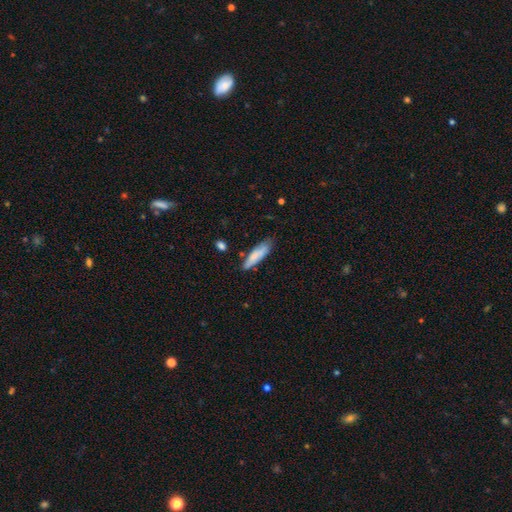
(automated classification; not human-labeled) A smooth galaxy with no disk features (76%) that is cigar-shaped (61%). Merging: none (67%).